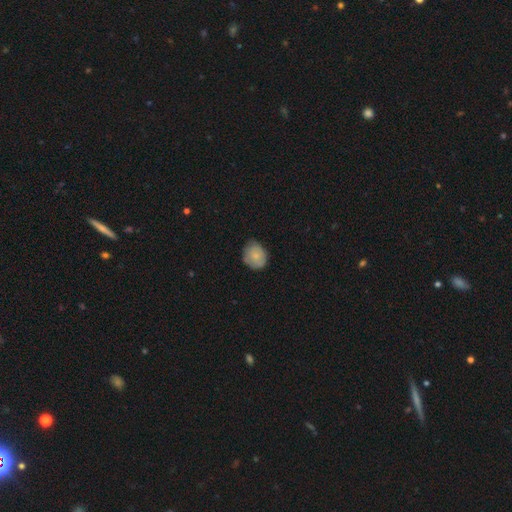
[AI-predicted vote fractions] Smooth or featured? Predicted: smooth (p=0.76). How rounded? Predicted: round (p=0.63). Merging? Predicted: none (p=0.65).